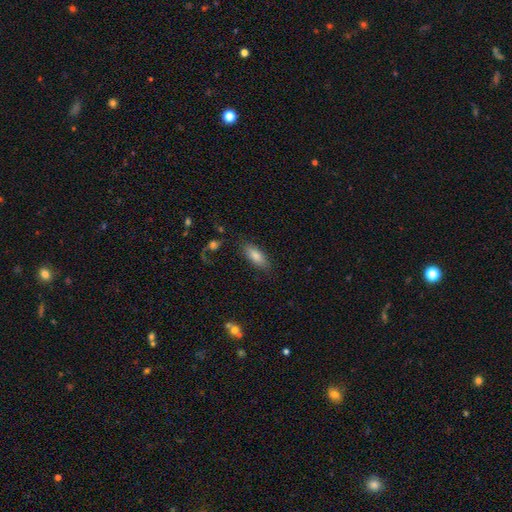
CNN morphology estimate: Smooth or featured: smooth — 82% (featured or disk — 11%)
How rounded: in between — 75% (cigar-shaped — 22%)
Merging: none — 82% (minor disturbance — 12%)